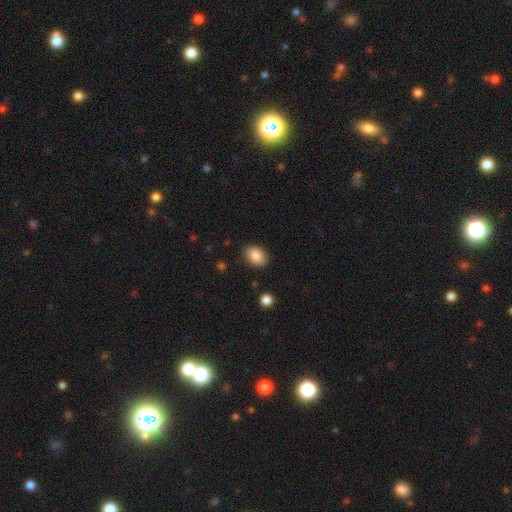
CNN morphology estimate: The model was most divided on "how rounded": in between: 78%, round: 21%, cigar-shaped: 1%. More confident: smooth or featured — smooth (88%); merging — none (86%).